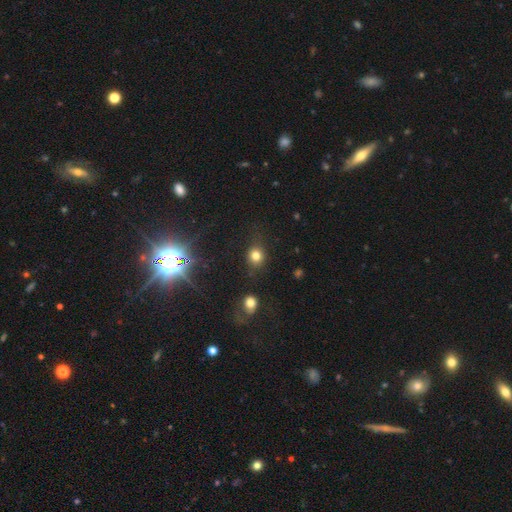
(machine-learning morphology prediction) Smooth or featured? smooth (75%)
How rounded? round (79%)
Merging? none (78%)